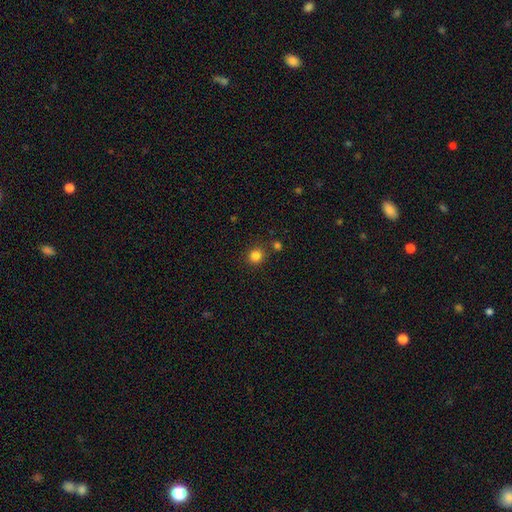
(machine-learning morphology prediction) A smooth galaxy with no disk features (83%) that is round (89%).

Vote fractions:
- Smooth or featured? smooth: 83% / star or artifact: 13% / featured or disk: 4%
- How rounded? round: 89% / in between: 10% / cigar-shaped: 1%
- Merging? none: 84% / minor disturbance: 8% / merger: 6% / major disturbance: 3%